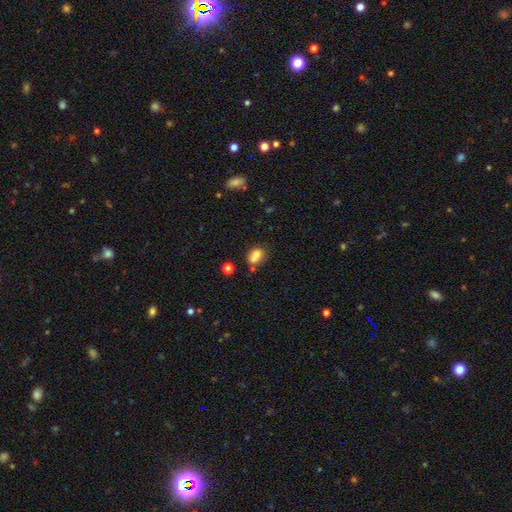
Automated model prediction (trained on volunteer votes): Morphology: type=smooth (75%); roundness=in between (58%); merging=none (40%).